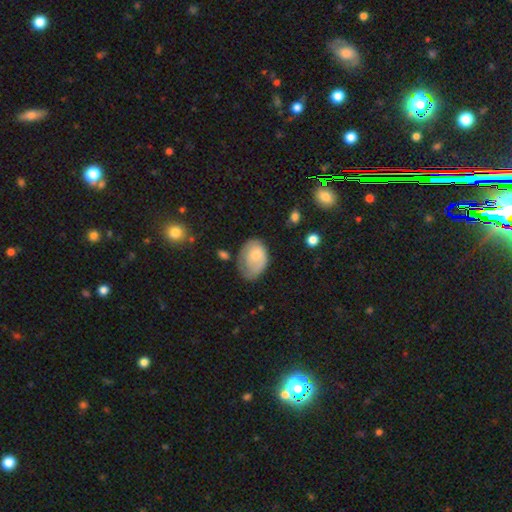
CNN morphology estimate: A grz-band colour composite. It shows a smooth galaxy with no disk features (65%) that is in between round and cigar-shaped (79%). Merging: none (42%).